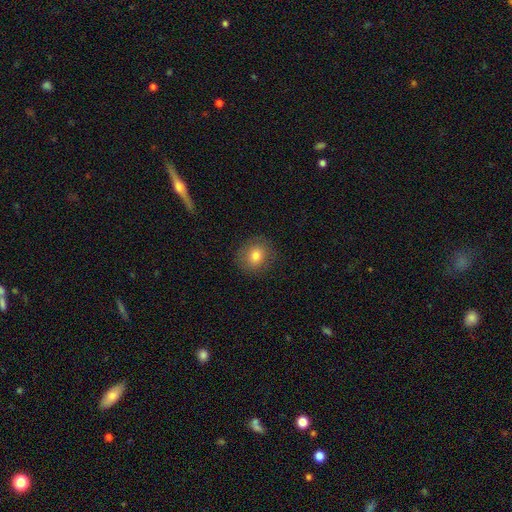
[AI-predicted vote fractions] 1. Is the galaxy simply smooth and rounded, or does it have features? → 80% smooth, 11% featured or disk, 10% star or artifact.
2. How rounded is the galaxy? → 79% round, 20% in between, 1% cigar-shaped.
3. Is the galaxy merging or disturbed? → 86% none, 10% minor disturbance, 3% major disturbance, 1% merger.